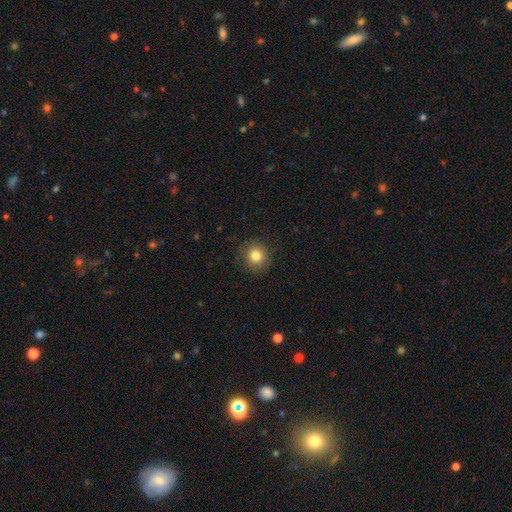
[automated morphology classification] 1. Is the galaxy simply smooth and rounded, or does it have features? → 83% smooth, 11% star or artifact, 6% featured or disk.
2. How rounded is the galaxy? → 90% round, 9% in between, 1% cigar-shaped.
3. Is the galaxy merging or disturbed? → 89% none, 7% minor disturbance, 2% major disturbance, 1% merger.